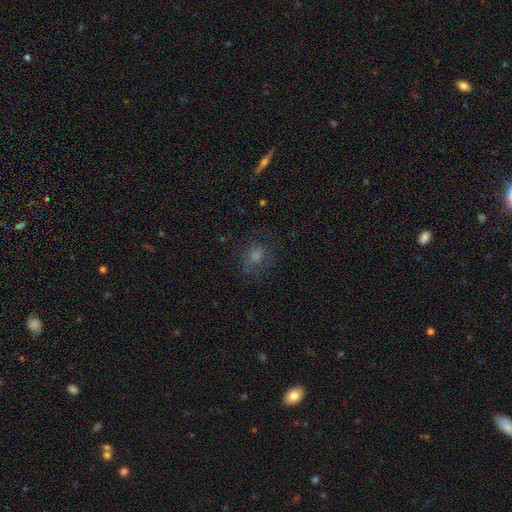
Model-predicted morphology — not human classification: smooth 54%, featured or disk 23%, star or artifact 23%. Down the decision tree: how rounded — round (67%); merging — none (69%).